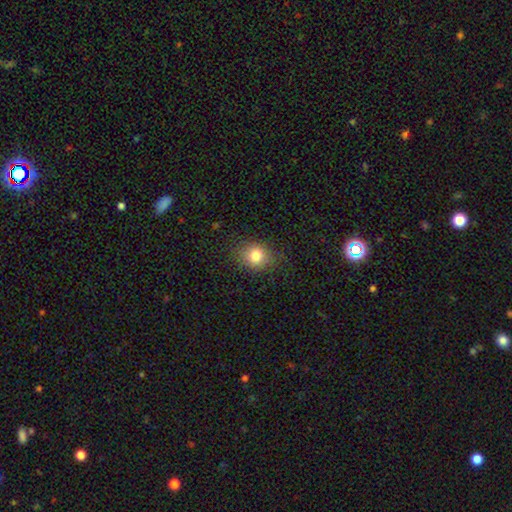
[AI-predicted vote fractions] Smooth or featured? Predicted: smooth (p=0.80). How rounded? Predicted: round (p=0.66). Merging? Predicted: none (p=0.83).